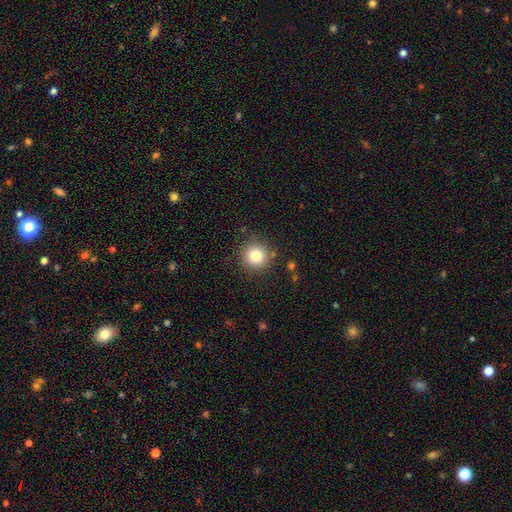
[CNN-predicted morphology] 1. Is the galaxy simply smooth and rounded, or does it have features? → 80% smooth, 12% star or artifact, 8% featured or disk.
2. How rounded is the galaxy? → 93% round, 6% in between, 1% cigar-shaped.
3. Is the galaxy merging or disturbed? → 86% none, 9% minor disturbance, 3% major disturbance, 2% merger.